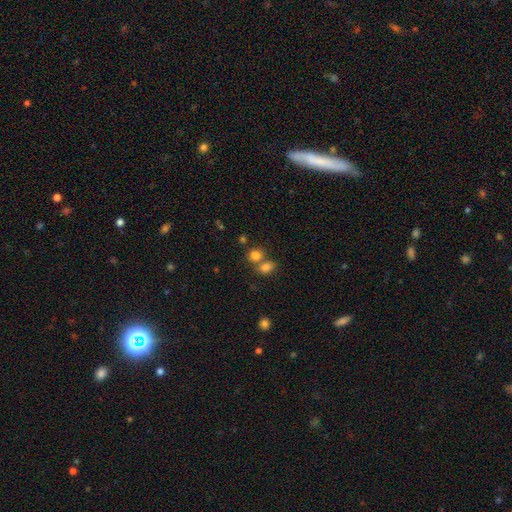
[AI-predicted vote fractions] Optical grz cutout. It shows a smooth galaxy with no disk features (81%) that is round (62%). Merging: none (48%).